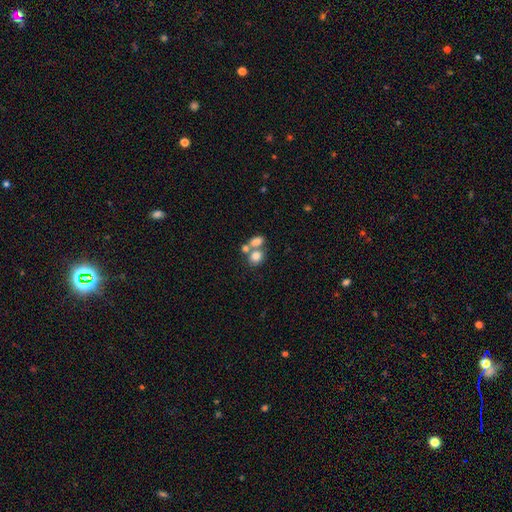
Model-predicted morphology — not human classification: This is likely a smooth galaxy (76%). How rounded: possibly round (55%). Merging: possibly merger (51%).